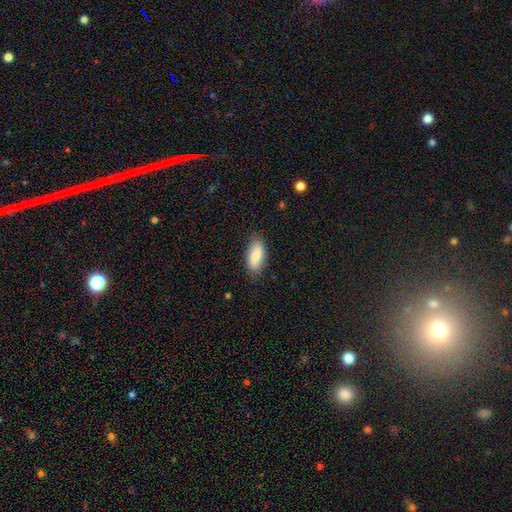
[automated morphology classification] The model was most divided on "smooth or featured": smooth: 79%, featured or disk: 15%, star or artifact: 6%. More confident: how rounded — in between (89%); merging — none (84%).